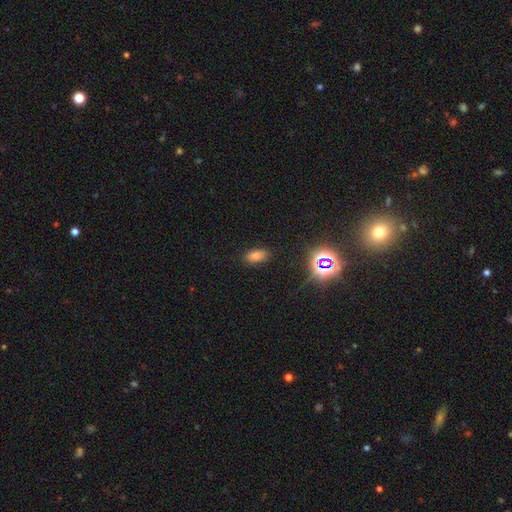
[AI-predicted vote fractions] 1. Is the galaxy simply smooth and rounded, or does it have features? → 74% smooth, 19% star or artifact, 7% featured or disk.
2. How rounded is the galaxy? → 90% in between, 5% round, 5% cigar-shaped.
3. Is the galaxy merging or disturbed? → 85% none, 11% minor disturbance, 3% major disturbance, 1% merger.